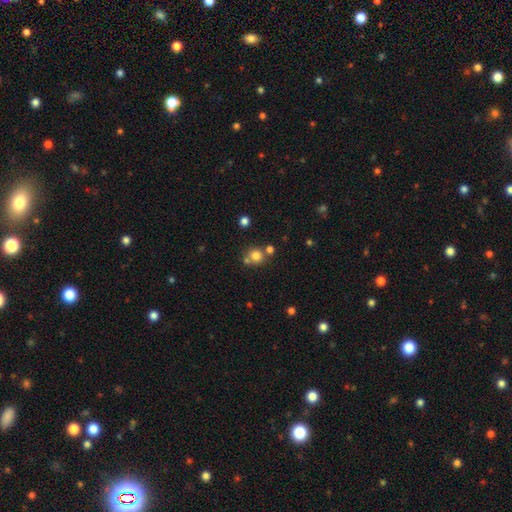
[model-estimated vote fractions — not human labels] Smooth or featured? smooth (78%)
How rounded? round (87%)
Merging? none (63%)